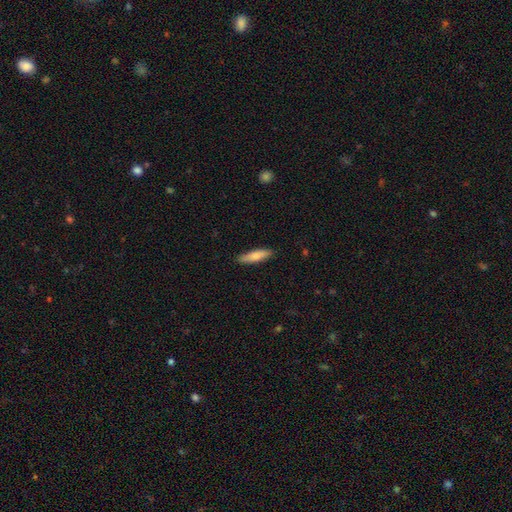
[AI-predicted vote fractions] This is likely a smooth galaxy (79%). How rounded: likely cigar-shaped (69%). Merging: clearly none (88%).